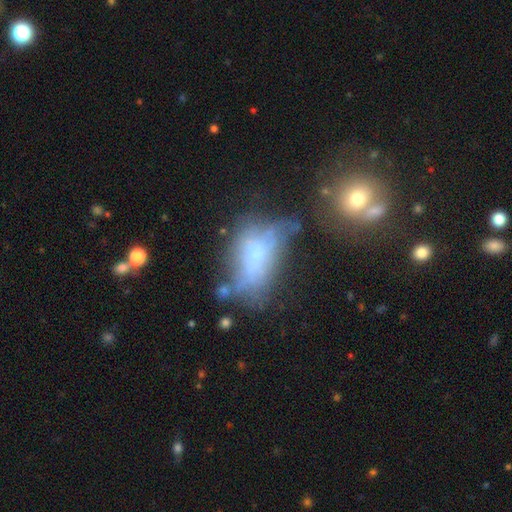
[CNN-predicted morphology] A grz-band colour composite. It shows a featured or disk galaxy (45%). Merging: none (31%).